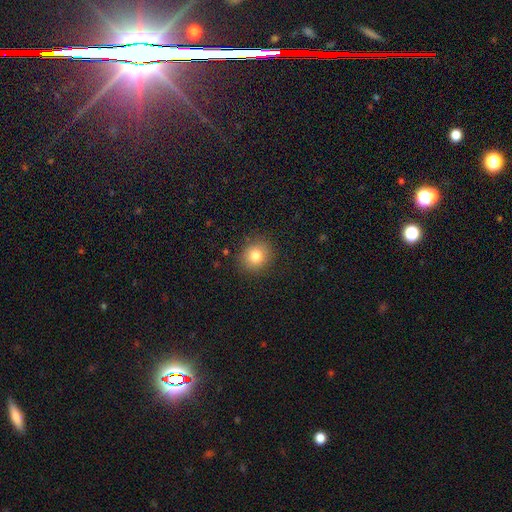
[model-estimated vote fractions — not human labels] This appears to be a smooth galaxy with no disk features (81%) that is round (82%). Merging: none (88%).